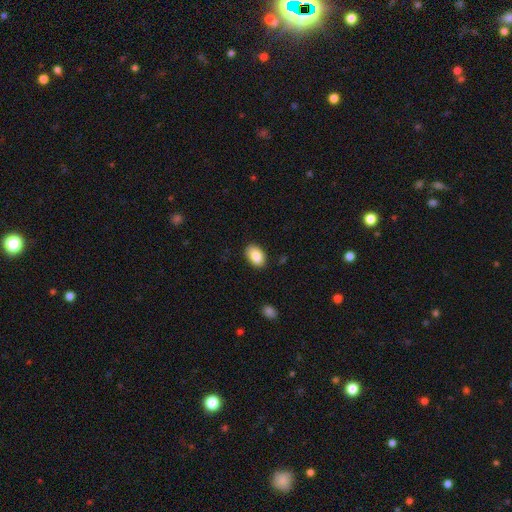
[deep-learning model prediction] smooth_or_featured: smooth (p=0.87) [alt: star or artifact p=0.07]
how_rounded: in between (p=0.89) [alt: round p=0.10]
merging: none (p=0.86) [alt: minor disturbance p=0.11]